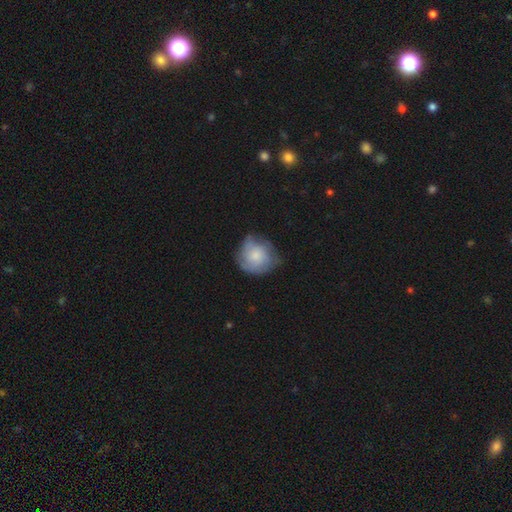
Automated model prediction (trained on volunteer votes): smooth_or_featured: smooth (p=0.61) [alt: featured or disk p=0.33]
how_rounded: round (p=0.84) [alt: in between p=0.15]
merging: none (p=0.55) [alt: minor disturbance p=0.31]